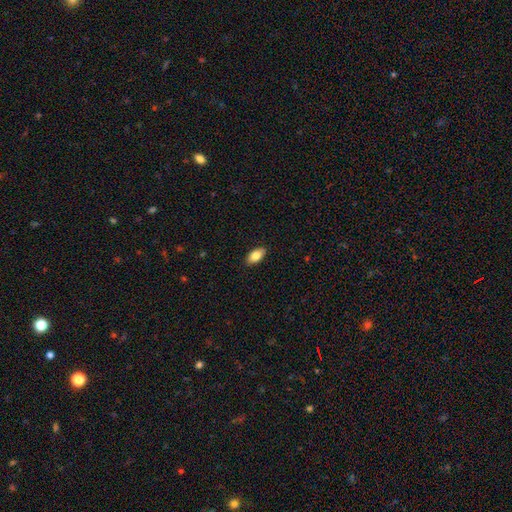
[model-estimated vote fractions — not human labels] A smooth galaxy with no disk features (83%) that is in between round and cigar-shaped (91%). Merging: none (88%).